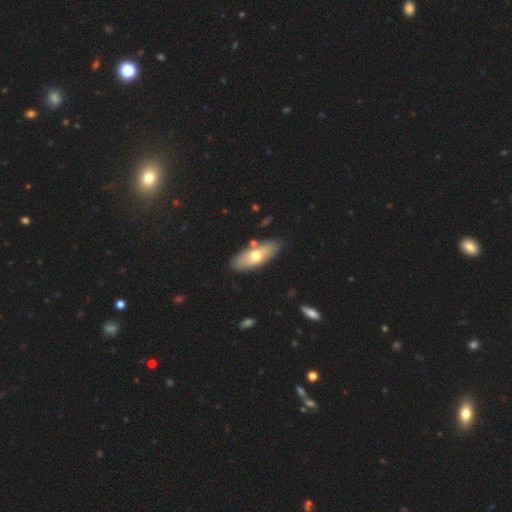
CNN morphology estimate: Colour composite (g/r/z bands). It shows a smooth galaxy with no disk features (58%) that is in between round and cigar-shaped (74%). Merging: none (82%).